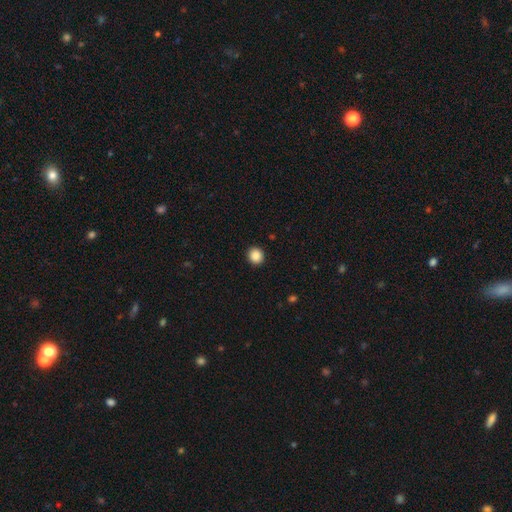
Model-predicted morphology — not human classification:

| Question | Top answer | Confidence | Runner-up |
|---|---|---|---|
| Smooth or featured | smooth | 88% | star or artifact (9%) |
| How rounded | round | 89% | in between (10%) |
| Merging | none | 93% | minor disturbance (5%) |